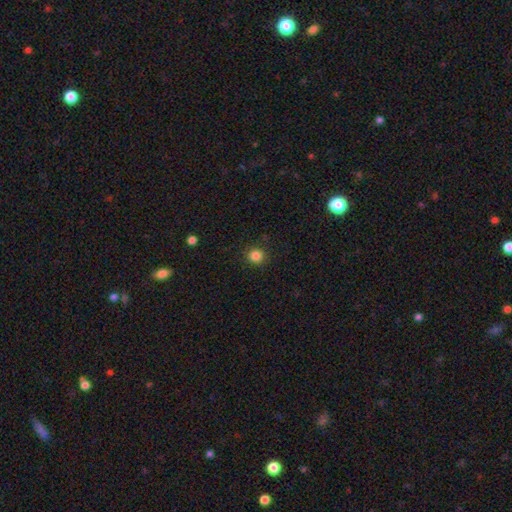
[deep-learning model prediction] smooth-or-featured: smooth: 84% | star or artifact: 12% | featured or disk: 4%
  how-rounded: round: 91% | in between: 8% | cigar-shaped: 1%
  merging: none: 89% | minor disturbance: 7% | major disturbance: 2% | merger: 1%